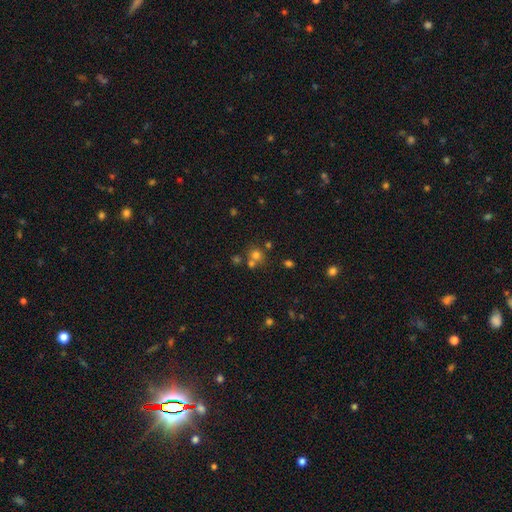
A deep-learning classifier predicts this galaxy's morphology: A smooth galaxy with no disk features (66%) that is round (86%).

Vote fractions:
- Smooth or featured? smooth: 66% / star or artifact: 22% / featured or disk: 12%
- How rounded? round: 86% / in between: 13% / cigar-shaped: 1%
- Merging? none: 58% / merger: 30% / minor disturbance: 8% / major disturbance: 4%